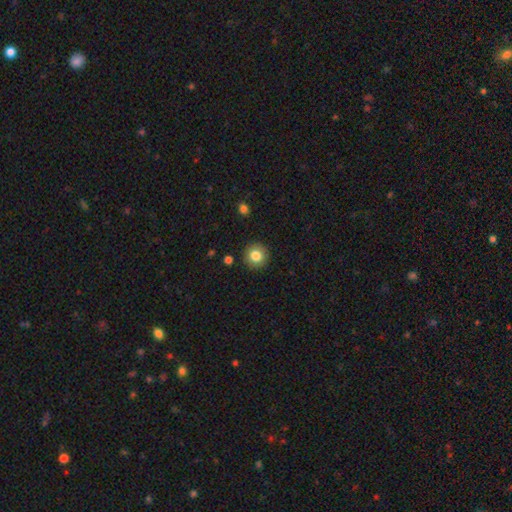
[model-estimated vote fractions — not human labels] The model was most divided on "smooth or featured": smooth: 82%, star or artifact: 10%, featured or disk: 8%. More confident: how rounded — round (94%); merging — none (91%).